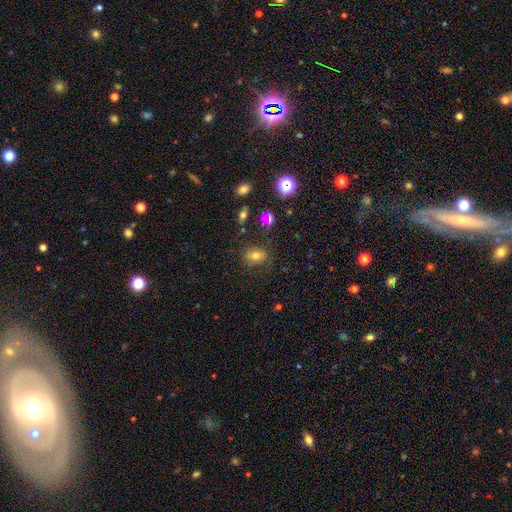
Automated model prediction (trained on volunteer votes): A smooth galaxy with no disk features (70%) that is in between round and cigar-shaped (59%).

Vote fractions:
- Smooth or featured? smooth: 70% / star or artifact: 17% / featured or disk: 13%
- How rounded? in between: 59% / round: 39% / cigar-shaped: 1%
- Merging? none: 79% / minor disturbance: 14% / major disturbance: 4% / merger: 3%